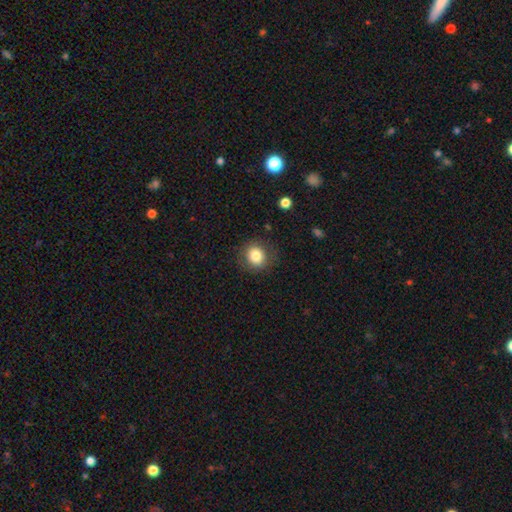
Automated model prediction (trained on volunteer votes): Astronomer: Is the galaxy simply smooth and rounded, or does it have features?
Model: smooth — 82%.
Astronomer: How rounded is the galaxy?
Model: round — 81%.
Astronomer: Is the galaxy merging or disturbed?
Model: none — 84%.